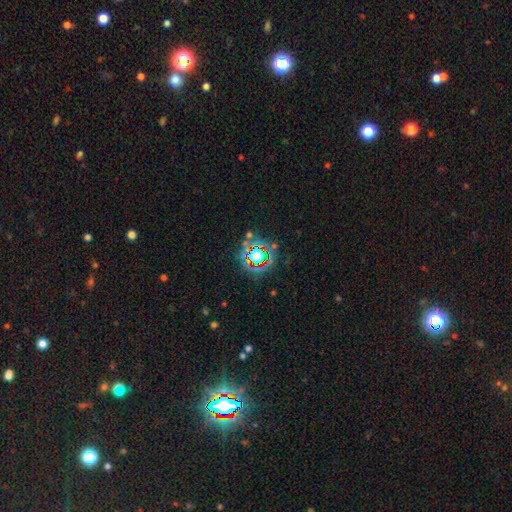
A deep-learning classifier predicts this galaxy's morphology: Smooth or featured?
  - star or artifact: 63% *
  - smooth: 22%
  - featured or disk: 15%